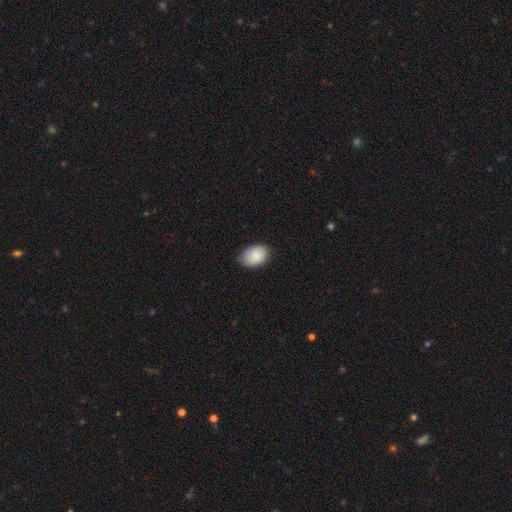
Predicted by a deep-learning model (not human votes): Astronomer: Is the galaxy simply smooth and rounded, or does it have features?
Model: smooth — 84%.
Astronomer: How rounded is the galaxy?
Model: in between — 87%.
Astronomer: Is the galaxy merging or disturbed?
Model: none — 74%.